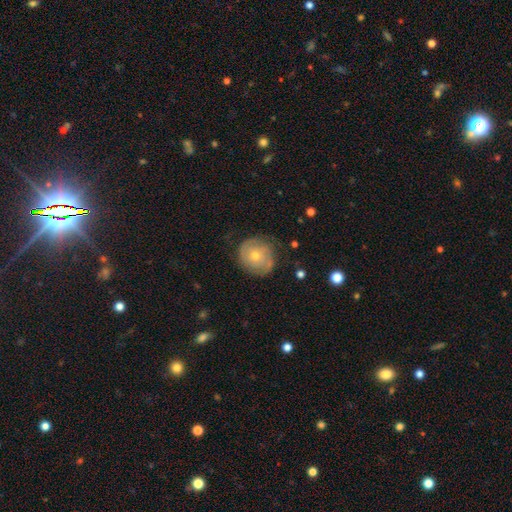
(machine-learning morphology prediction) smooth_or_featured: featured or disk (p=0.63) [alt: smooth p=0.29]
disk_edge_on: no (p=0.97) [alt: yes p=0.03]
bar: no (p=0.82) [alt: weak p=0.15]
has_spiral_arms: yes (p=0.84) [alt: no p=0.16]
spiral_winding: tight (p=0.66) [alt: medium p=0.26]
spiral_arm_count: can't tell (p=0.36) [tied with: 2 p=0.36]
bulge_size: small (p=0.50) [alt: moderate p=0.46]
merging: none (p=0.76) [alt: minor disturbance p=0.17]